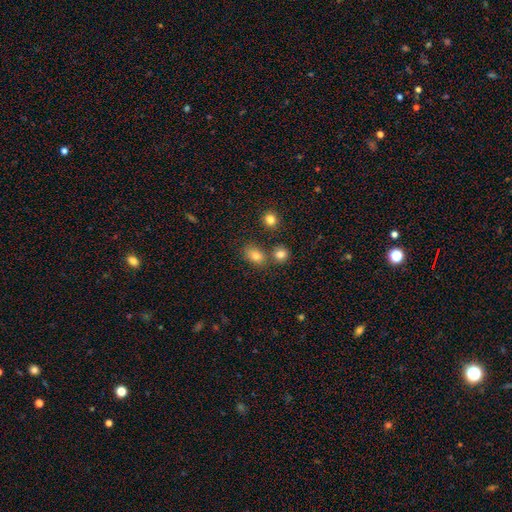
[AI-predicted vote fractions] Morphology: type=smooth (78%); roundness=in between (69%); merging=none (66%).